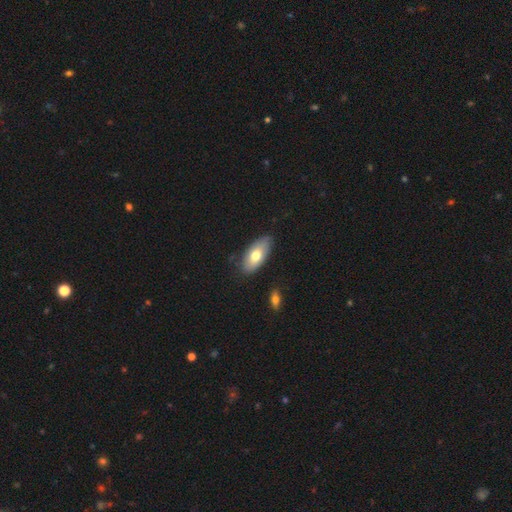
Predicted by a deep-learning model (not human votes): Smooth or featured: smooth — 70% (featured or disk — 25%)
How rounded: in between — 90% (cigar-shaped — 7%)
Merging: none — 81% (minor disturbance — 15%)